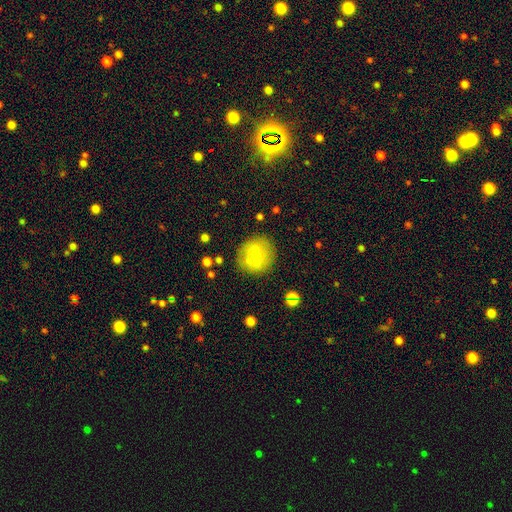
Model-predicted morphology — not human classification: smooth_or_featured: smooth (p=0.65) [alt: featured or disk p=0.26]
how_rounded: round (p=0.88) [alt: in between p=0.11]
merging: none (p=0.81) [alt: minor disturbance p=0.11]